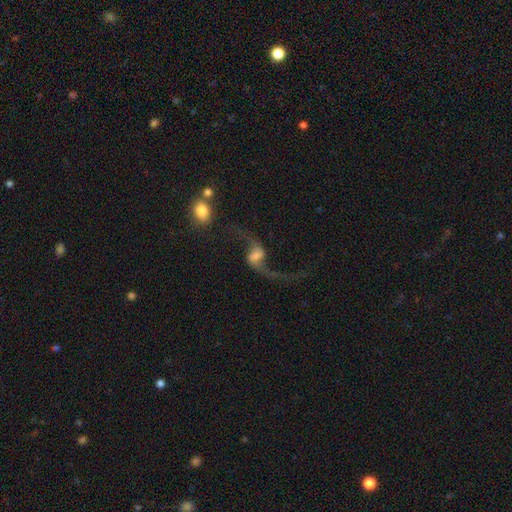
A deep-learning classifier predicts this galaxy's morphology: This appears to be a featured or disk galaxy (84%) with a weak bar (46%), 2 (92%) loose (94%) spiral arms (95%) and a moderate central bulge (32%). Merging: none (54%).